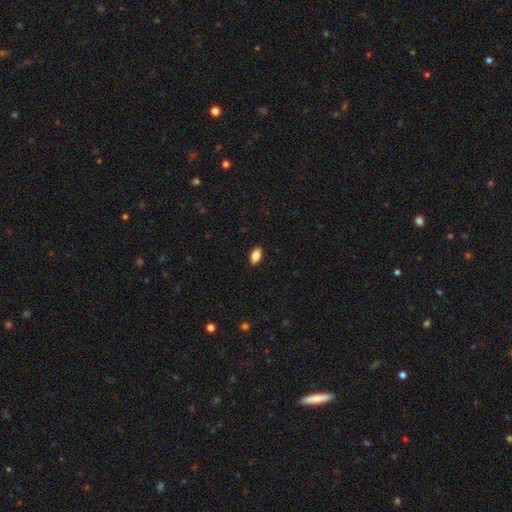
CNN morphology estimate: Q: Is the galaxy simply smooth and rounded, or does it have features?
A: smooth — 83%.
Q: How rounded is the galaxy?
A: in between — 91%.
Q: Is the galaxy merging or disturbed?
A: none — 90%.